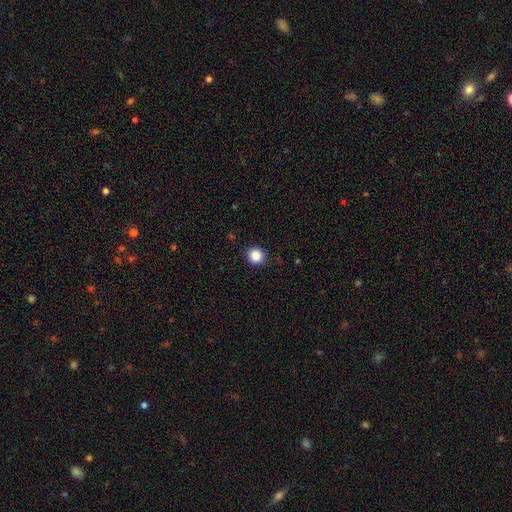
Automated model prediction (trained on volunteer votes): Overall: smooth (87%). How rounded: round (91%). Merging: none (92%).